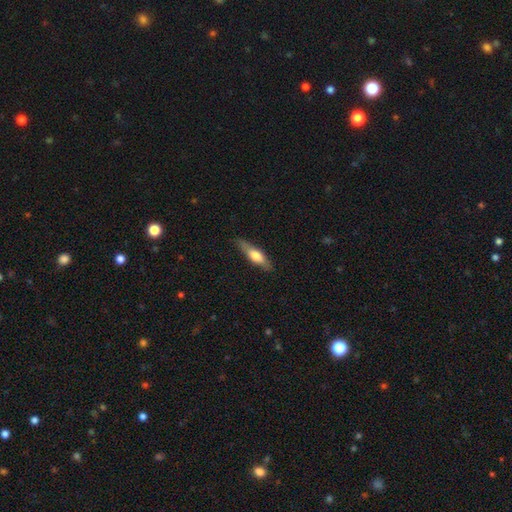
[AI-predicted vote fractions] This appears to be a smooth galaxy with no disk features (57%) that is cigar-shaped (65%). Merging: none (80%).